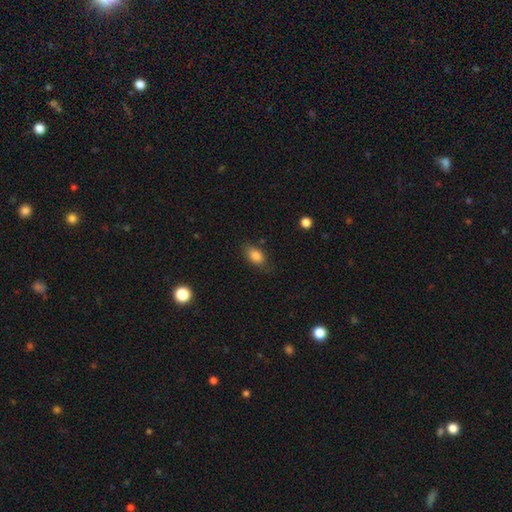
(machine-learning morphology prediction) Overall: smooth (84%). How rounded: in between (85%). Merging: none (76%).